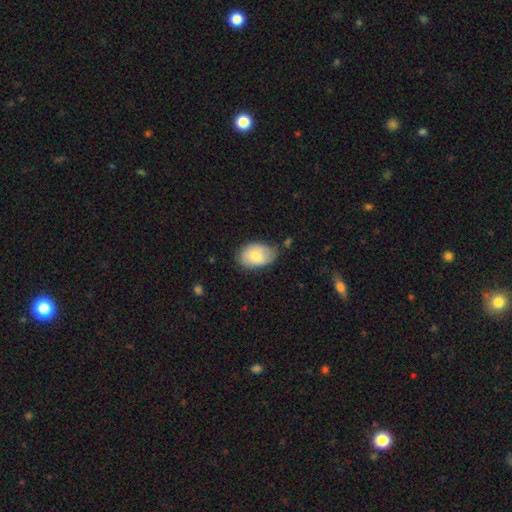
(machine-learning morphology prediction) Smooth or featured? Predicted: smooth (p=0.74). How rounded? Predicted: in between (p=0.85). Merging? Predicted: none (p=0.62).